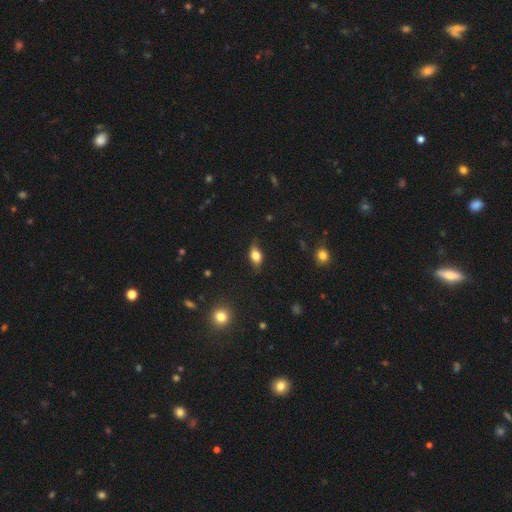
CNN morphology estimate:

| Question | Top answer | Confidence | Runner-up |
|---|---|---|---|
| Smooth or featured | smooth | 70% | featured or disk (20%) |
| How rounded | in between | 79% | round (14%) |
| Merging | none | 72% | minor disturbance (21%) |